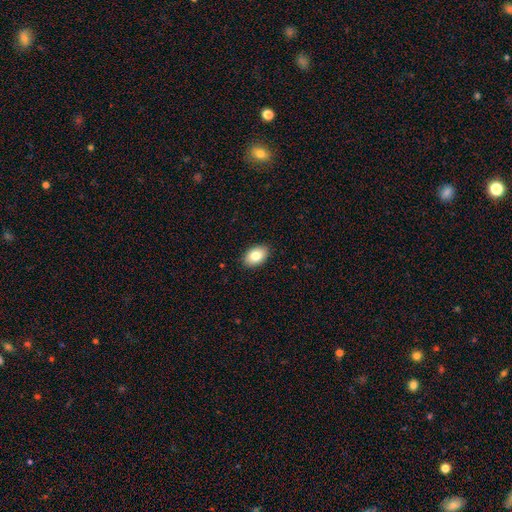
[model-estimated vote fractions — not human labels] smooth_or_featured: smooth (p=0.83) [alt: featured or disk p=0.10]
how_rounded: in between (p=0.88) [alt: round p=0.11]
merging: none (p=0.89) [alt: minor disturbance p=0.09]